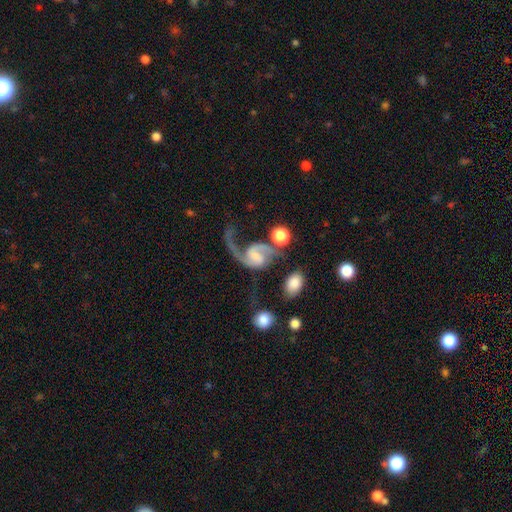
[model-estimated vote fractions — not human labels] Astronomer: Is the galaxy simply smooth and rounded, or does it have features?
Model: featured or disk — 86%.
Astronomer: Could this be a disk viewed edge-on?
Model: no — 98%.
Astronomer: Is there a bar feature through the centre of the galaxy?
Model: weak — 49% (runner-up: no, 34%).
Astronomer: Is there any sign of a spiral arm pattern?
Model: yes — 96%.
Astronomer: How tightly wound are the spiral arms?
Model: loose — 67%.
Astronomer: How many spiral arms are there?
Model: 2 — 82%.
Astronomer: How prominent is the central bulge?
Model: small — 42% (runner-up: moderate, 28%).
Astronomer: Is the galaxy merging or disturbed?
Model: none — 38% (runner-up: major disturbance, 32%).